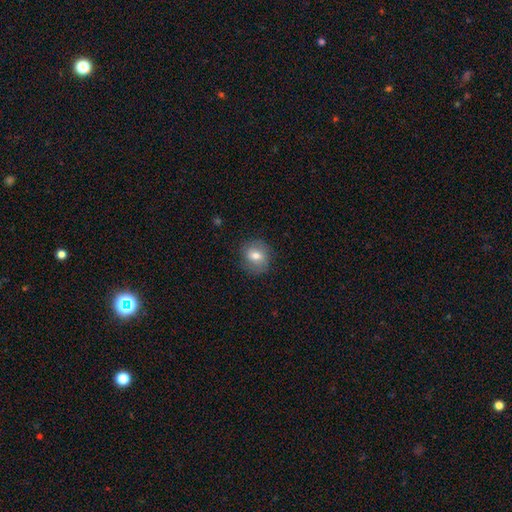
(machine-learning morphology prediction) Smooth or featured? Predicted: smooth (p=0.69). How rounded? Predicted: round (p=0.75). Merging? Predicted: none (p=0.81).